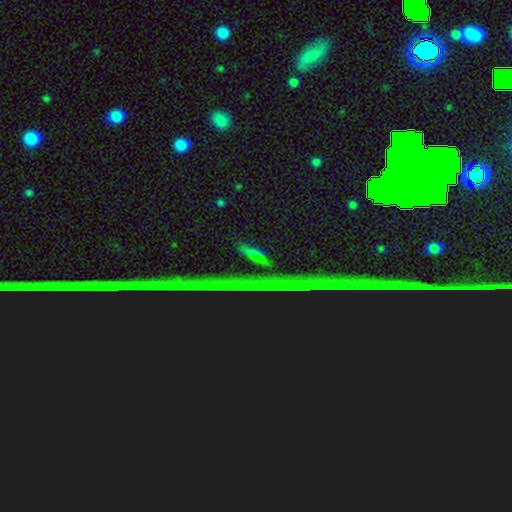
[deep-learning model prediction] A star or artifact, not a galaxy (59%).

Vote fractions:
- Smooth or featured? star or artifact: 59% / smooth: 25% / featured or disk: 16%